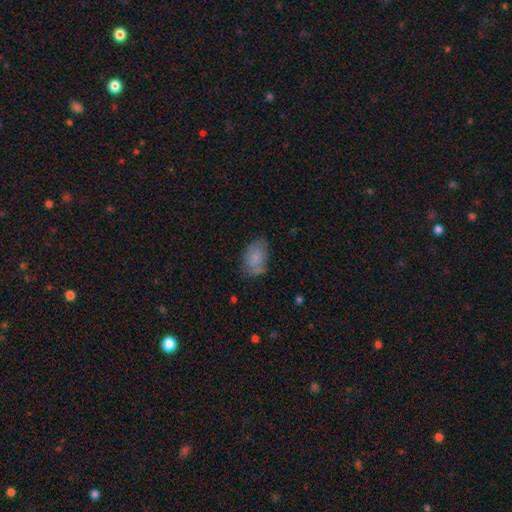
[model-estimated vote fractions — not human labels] Smooth or featured? Predicted: smooth (p=0.79). How rounded? Predicted: in between (p=0.87). Merging? Predicted: none (p=0.61).